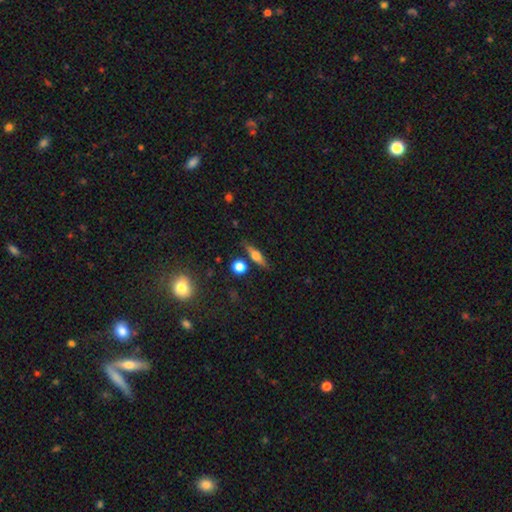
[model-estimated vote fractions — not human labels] Q: Smooth or featured?
A: featured or disk (50%); runner-up: smooth (41%)
Q: Merging?
A: none (80%); runner-up: minor disturbance (11%)